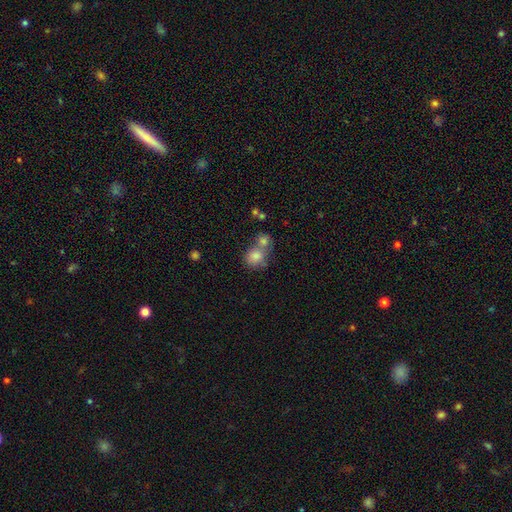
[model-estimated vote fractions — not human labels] Overall: smooth (78%). How rounded: round (71%). Merging: merger (47%; none 40%).